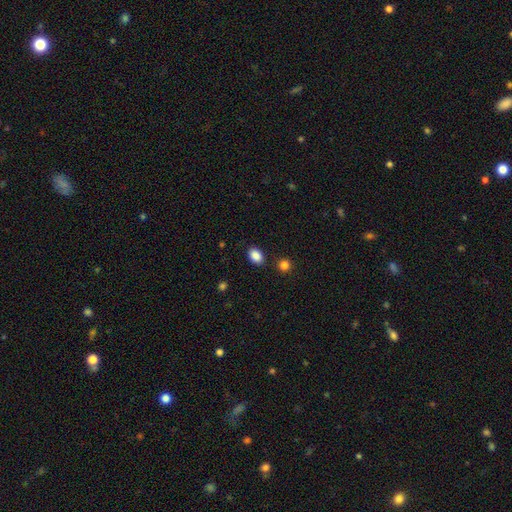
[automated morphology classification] The model was most divided on "how rounded": in between: 80%, round: 19%, cigar-shaped: 1%. More confident: smooth or featured — smooth (88%); merging — none (84%).